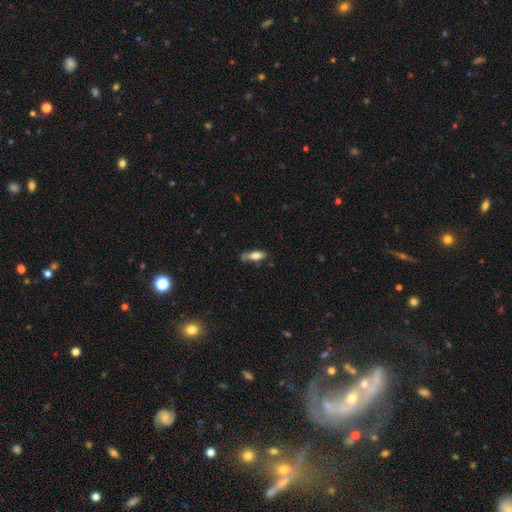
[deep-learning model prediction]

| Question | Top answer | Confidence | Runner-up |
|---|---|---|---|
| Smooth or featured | smooth | 69% | featured or disk (24%) |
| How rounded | in between | 58% | cigar-shaped (40%) |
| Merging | none | 60% | minor disturbance (27%) |